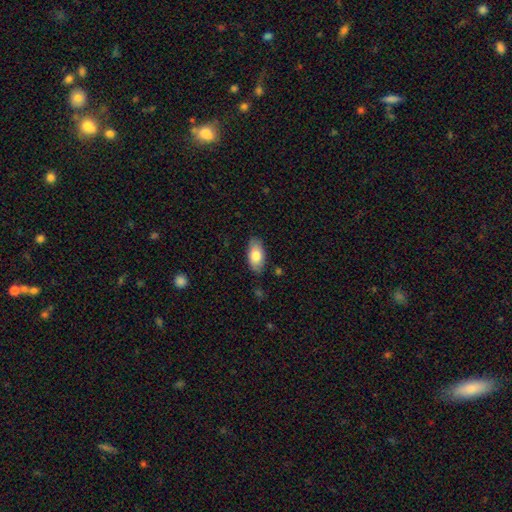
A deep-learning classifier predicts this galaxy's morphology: smooth_or_featured: smooth (p=0.78) [alt: featured or disk p=0.15]
how_rounded: in between (p=0.93) [alt: cigar-shaped p=0.04]
merging: none (p=0.83) [alt: minor disturbance p=0.13]